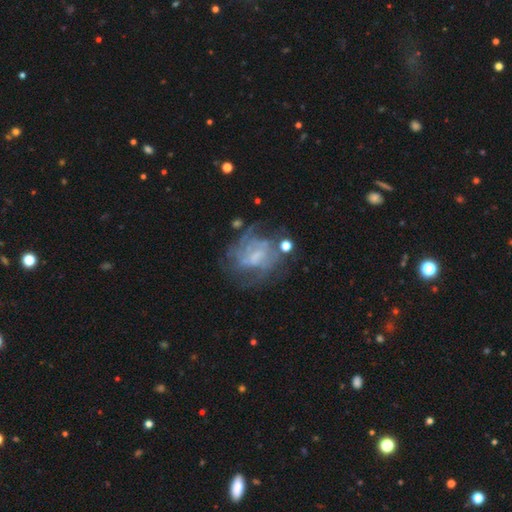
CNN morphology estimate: type=featured or disk (67%); edge-on=no (97%); bar=no (45%); spiral arms=yes (63%); bulge=small (37%); merging=none (53%).